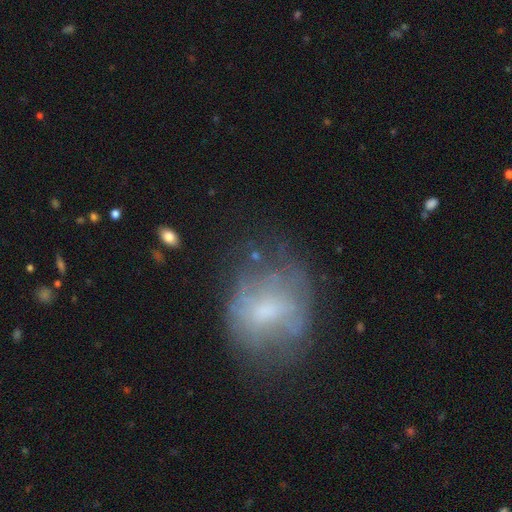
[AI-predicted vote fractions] featured or disk 45%, smooth 40%, star or artifact 15%. Down the decision tree: merging — none (47%).